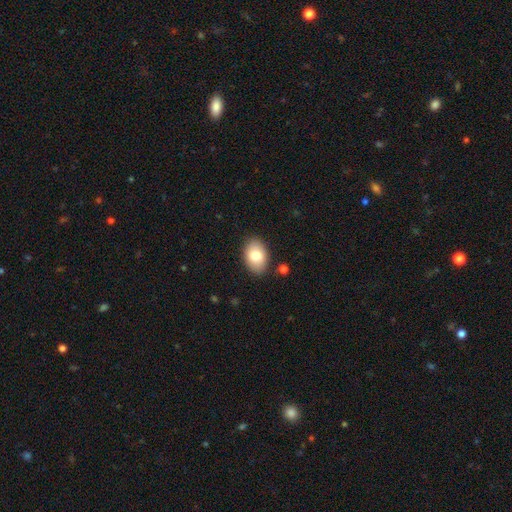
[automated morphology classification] The model was most divided on "smooth or featured": smooth: 79%, featured or disk: 13%, star or artifact: 7%. More confident: merging — none (87%); how rounded — in between (87%).